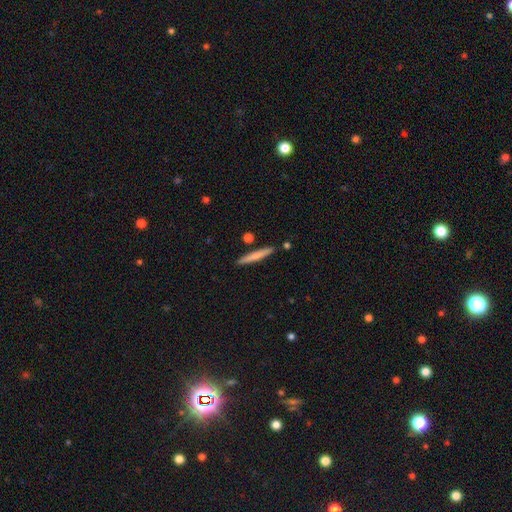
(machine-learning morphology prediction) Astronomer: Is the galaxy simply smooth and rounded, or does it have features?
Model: smooth — 71%.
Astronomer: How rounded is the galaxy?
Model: cigar-shaped — 95%.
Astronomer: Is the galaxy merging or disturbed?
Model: none — 88%.